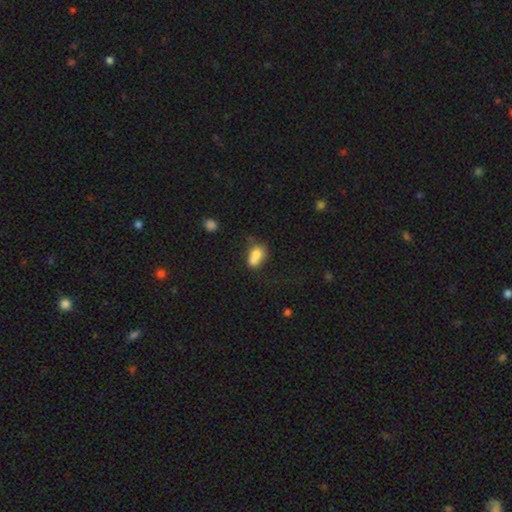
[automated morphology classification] smooth-or-featured: smooth: 73% | featured or disk: 16% | star or artifact: 10%
  how-rounded: in between: 72% | round: 24% | cigar-shaped: 3%
  merging: merger: 49% | none: 28% | minor disturbance: 15% | major disturbance: 8%